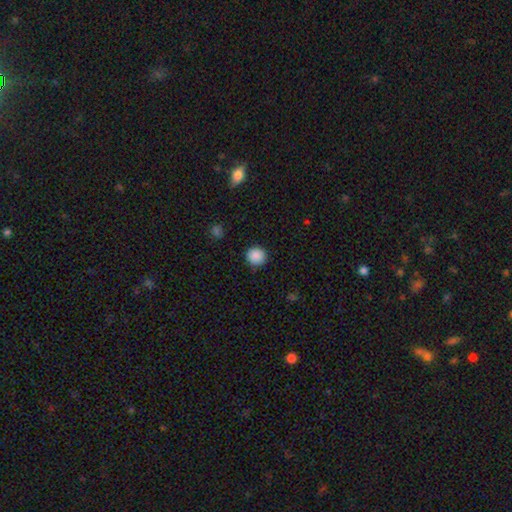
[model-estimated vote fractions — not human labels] Smooth or featured? Predicted: smooth (p=0.89). How rounded? Predicted: round (p=0.93). Merging? Predicted: none (p=0.91).